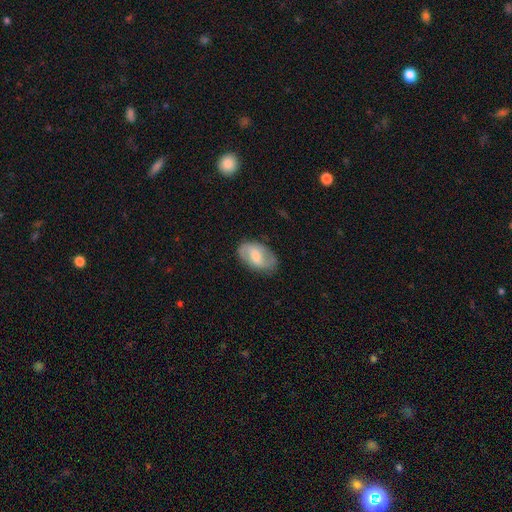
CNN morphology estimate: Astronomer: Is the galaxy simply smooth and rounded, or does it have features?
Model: featured or disk — 57% (runner-up: smooth, 37%).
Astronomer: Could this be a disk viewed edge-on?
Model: no — 96%.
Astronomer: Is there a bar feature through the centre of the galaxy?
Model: weak — 53%.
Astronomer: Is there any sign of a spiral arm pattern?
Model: yes — 82%.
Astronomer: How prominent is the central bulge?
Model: moderate — 51% (runner-up: small, 36%).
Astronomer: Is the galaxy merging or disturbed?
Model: none — 78%.